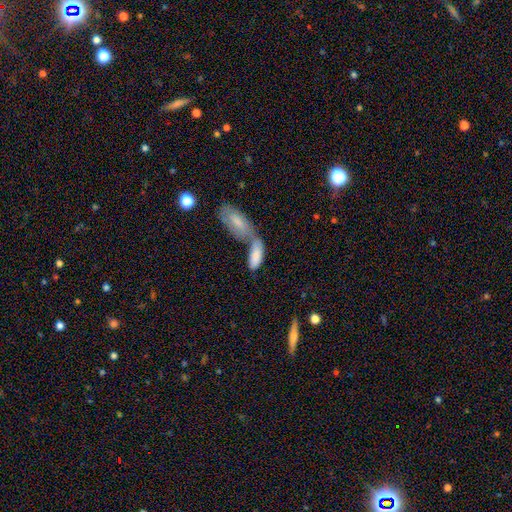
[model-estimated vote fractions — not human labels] smooth 80%, featured or disk 13%, star or artifact 6%. Down the decision tree: how rounded — in between (77%); merging — merger (63%).